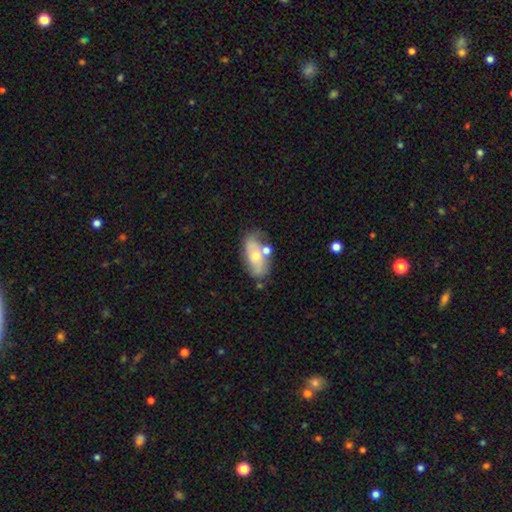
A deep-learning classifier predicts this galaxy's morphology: Smooth or featured: smooth — 47% (featured or disk — 46%)
Merging: none — 52% (minor disturbance — 21%)